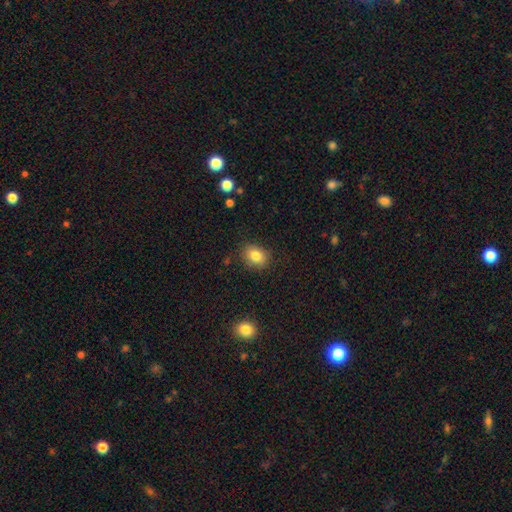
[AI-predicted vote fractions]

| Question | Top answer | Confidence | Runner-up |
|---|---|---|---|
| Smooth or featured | smooth | 83% | star or artifact (10%) |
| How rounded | in between | 54% | round (45%) |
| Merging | none | 84% | minor disturbance (11%) |